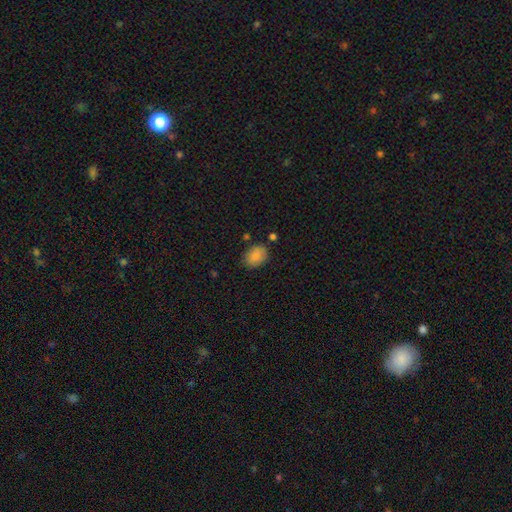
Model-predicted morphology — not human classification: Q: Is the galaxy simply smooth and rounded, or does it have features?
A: smooth — 86%.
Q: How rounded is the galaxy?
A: in between — 73%.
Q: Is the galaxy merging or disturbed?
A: none — 80%.